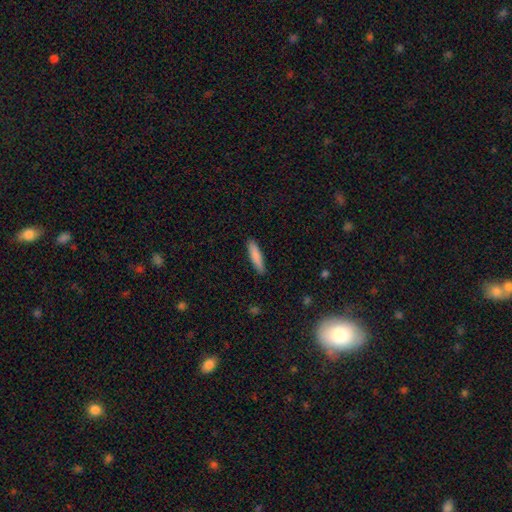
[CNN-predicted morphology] smooth_or_featured: smooth (p=0.82) [alt: featured or disk p=0.12]
how_rounded: cigar-shaped (p=0.85) [alt: in between p=0.14]
merging: none (p=0.89) [alt: minor disturbance p=0.08]